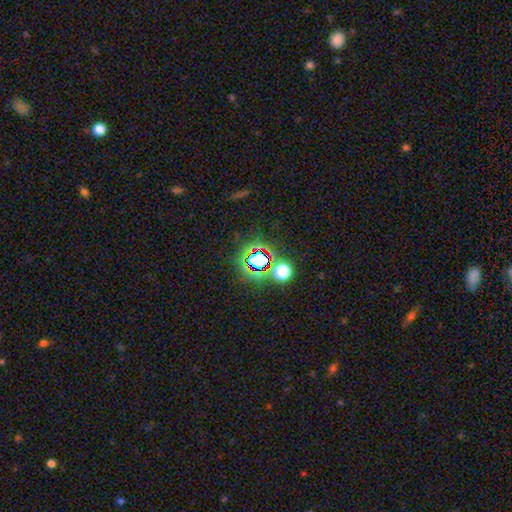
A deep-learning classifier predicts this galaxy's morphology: Smooth or featured? Predicted: star or artifact (p=0.76).